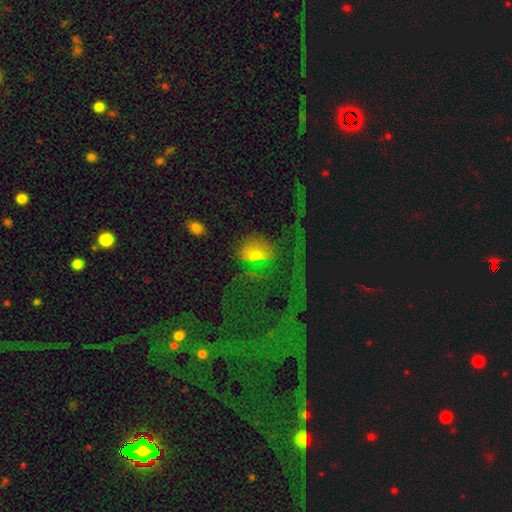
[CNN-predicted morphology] Smooth or featured?
  - smooth: 48% *
  - star or artifact: 28%
  - featured or disk: 25%
Merging?
  - none: 54% *
  - major disturbance: 19%
  - minor disturbance: 18%
  - merger: 9%